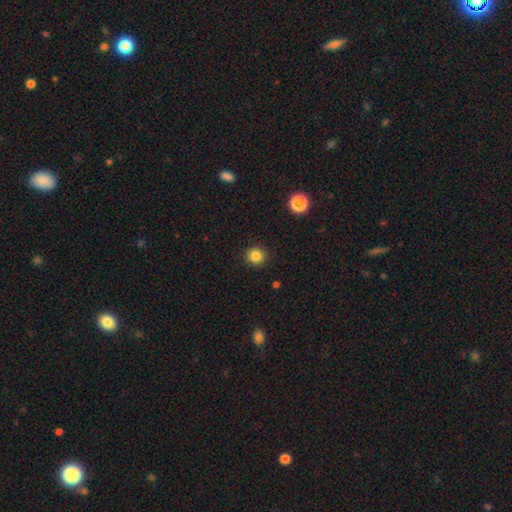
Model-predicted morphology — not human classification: smooth-or-featured: smooth: 84% | star or artifact: 12% | featured or disk: 4%
  how-rounded: round: 93% | in between: 6% | cigar-shaped: 1%
  merging: none: 92% | minor disturbance: 5% | major disturbance: 2% | merger: 1%